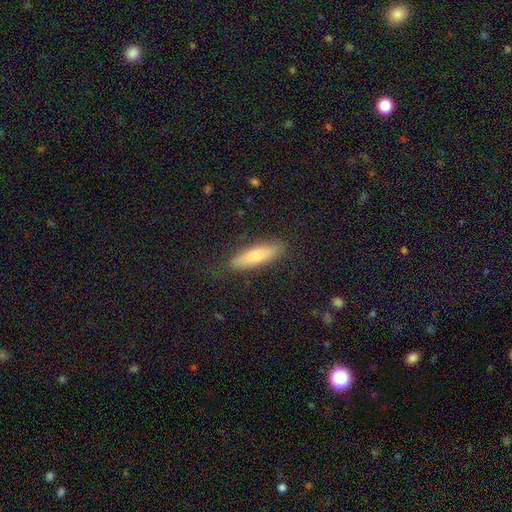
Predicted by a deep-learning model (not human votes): smooth-or-featured: smooth: 75% | featured or disk: 19% | star or artifact: 6%
  how-rounded: cigar-shaped: 67% | in between: 32% | round: 2%
  merging: none: 85% | minor disturbance: 11% | major disturbance: 3% | merger: 1%